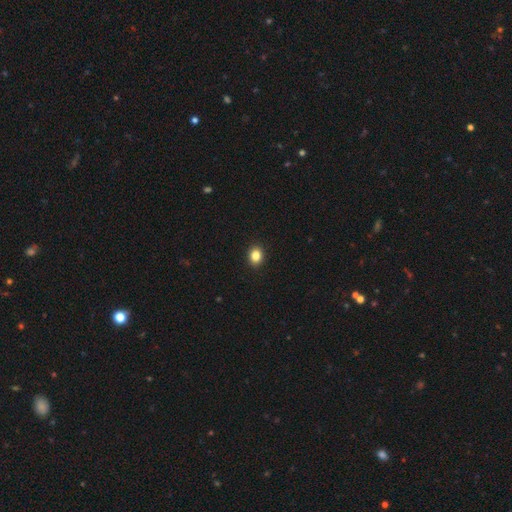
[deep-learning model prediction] Smooth or featured? Predicted: smooth (p=0.85). How rounded? Predicted: round (p=0.51). Merging? Predicted: none (p=0.92).